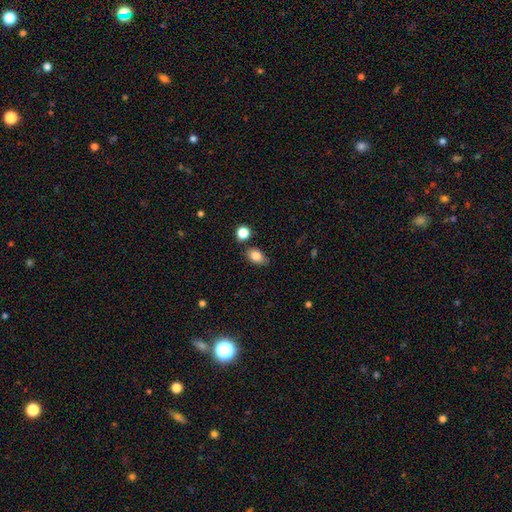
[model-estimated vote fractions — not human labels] Q: Smooth or featured?
A: smooth (82%); runner-up: star or artifact (9%)
Q: How rounded?
A: in between (81%); runner-up: round (17%)
Q: Merging?
A: none (73%); runner-up: minor disturbance (17%)